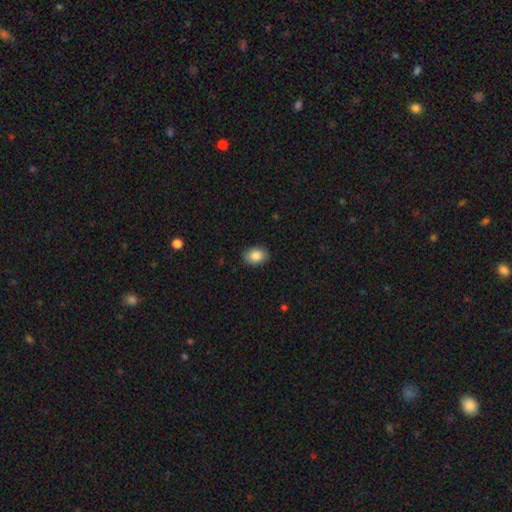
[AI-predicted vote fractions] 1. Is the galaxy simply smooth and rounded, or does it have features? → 86% smooth, 8% star or artifact, 7% featured or disk.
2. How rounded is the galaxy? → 75% in between, 23% round, 1% cigar-shaped.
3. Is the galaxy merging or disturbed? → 88% none, 9% minor disturbance, 2% major disturbance, 1% merger.